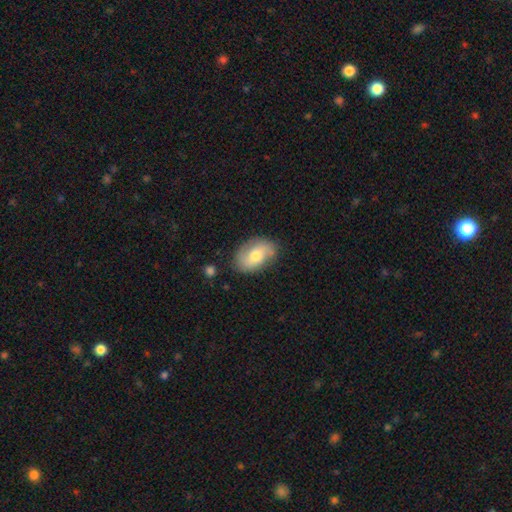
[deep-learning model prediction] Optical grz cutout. It shows a smooth galaxy with no disk features (53%) that is in between round and cigar-shaped (84%). Merging: none (75%).